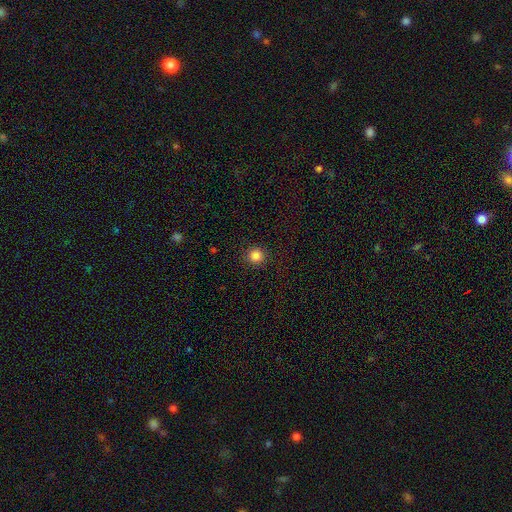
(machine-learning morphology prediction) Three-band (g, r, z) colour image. It shows a smooth galaxy with no disk features (85%) that is round (95%). Merging: none (91%).